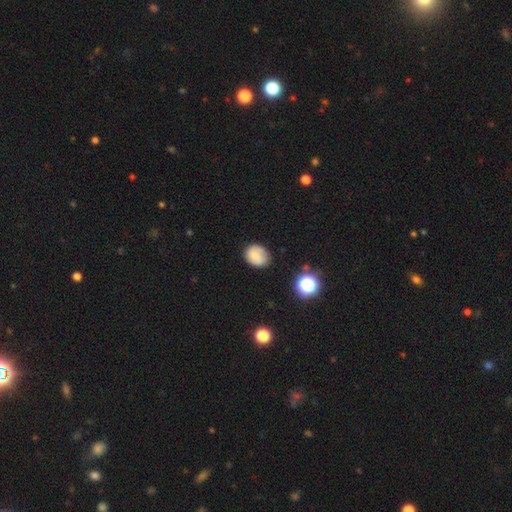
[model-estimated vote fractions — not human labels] Overall: smooth (73%). How rounded: round (56%; in between 43%). Merging: none (74%).